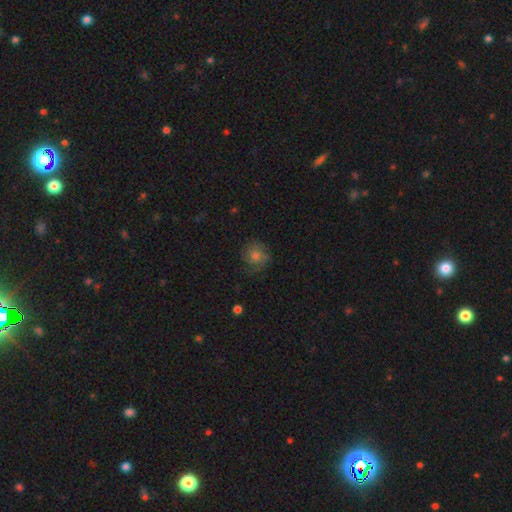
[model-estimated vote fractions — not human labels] Smooth or featured: smooth — 62% (featured or disk — 24%)
How rounded: round — 84% (in between — 15%)
Merging: none — 70% (minor disturbance — 20%)